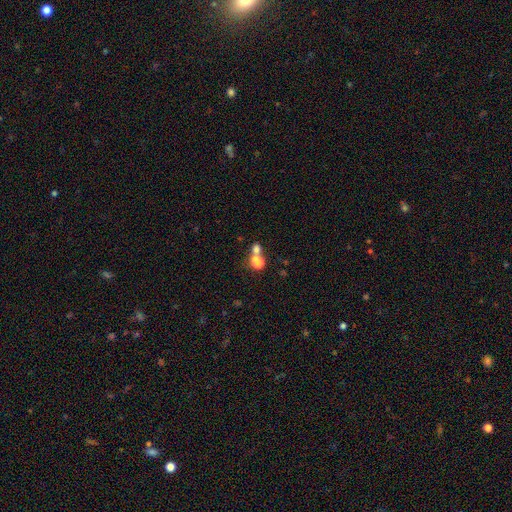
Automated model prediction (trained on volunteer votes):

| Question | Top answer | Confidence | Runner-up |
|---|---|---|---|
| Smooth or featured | smooth | 72% | featured or disk (14%) |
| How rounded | round | 58% | in between (40%) |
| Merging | merger | 60% | none (29%) |